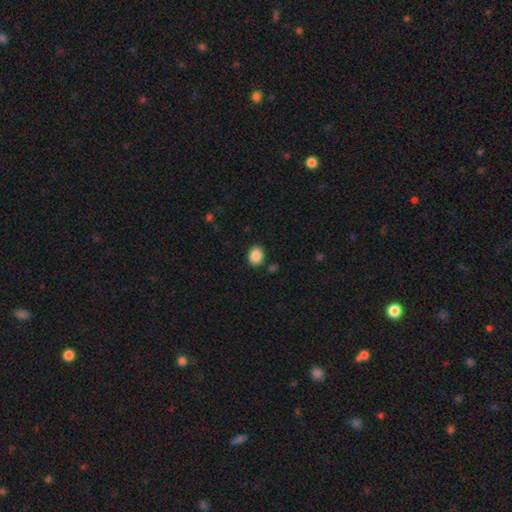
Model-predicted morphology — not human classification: Smooth or featured? Predicted: smooth (p=0.88). How rounded? Predicted: in between (p=0.55). Merging? Predicted: none (p=0.87).